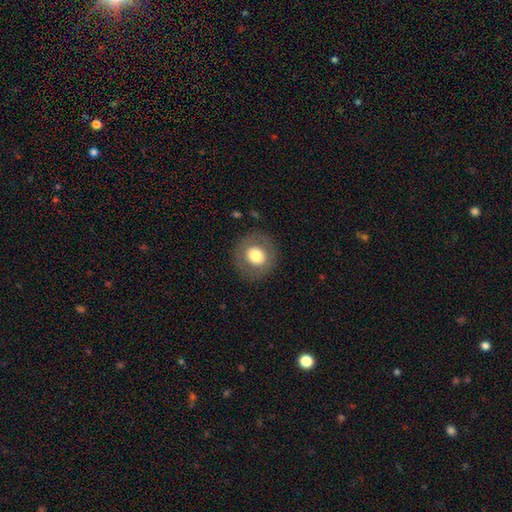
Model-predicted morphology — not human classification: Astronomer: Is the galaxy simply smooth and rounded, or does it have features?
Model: smooth — 69%.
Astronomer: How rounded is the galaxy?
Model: round — 90%.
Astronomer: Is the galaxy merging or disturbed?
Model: none — 86%.